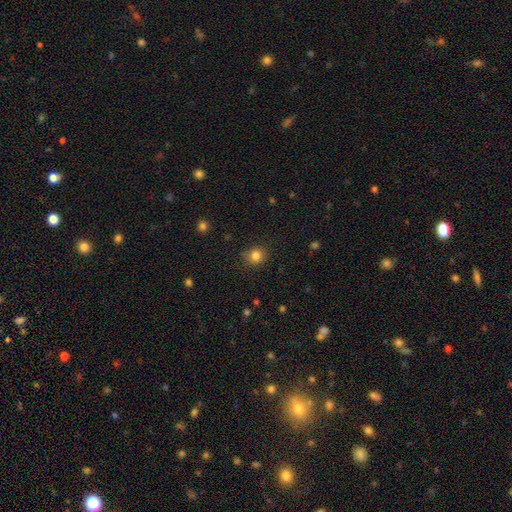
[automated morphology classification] This appears to be a smooth galaxy with no disk features (82%) that is round (84%). Merging: none (83%).